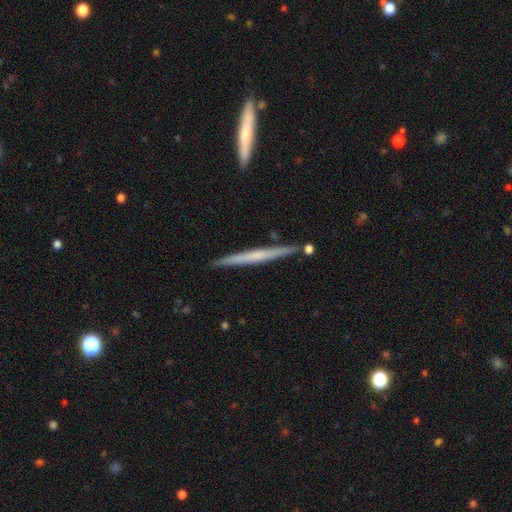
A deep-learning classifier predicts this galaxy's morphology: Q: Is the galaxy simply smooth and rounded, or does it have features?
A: featured or disk — 57%.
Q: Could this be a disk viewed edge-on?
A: yes — 97%.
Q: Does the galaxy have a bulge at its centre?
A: none — 72%.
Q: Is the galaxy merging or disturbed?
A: none — 87%.